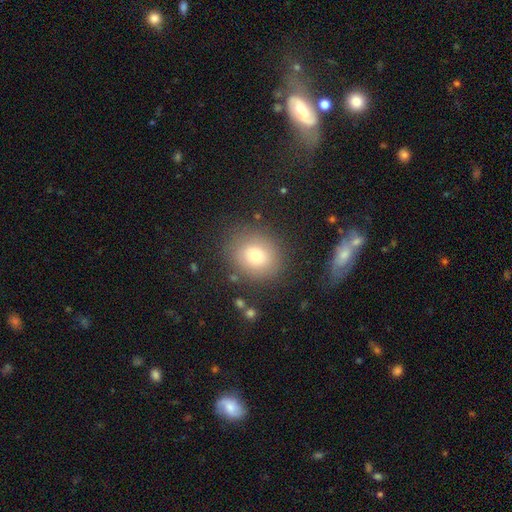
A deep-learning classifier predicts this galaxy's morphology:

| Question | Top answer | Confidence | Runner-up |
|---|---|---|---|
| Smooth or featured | smooth | 74% | featured or disk (14%) |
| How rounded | round | 73% | in between (26%) |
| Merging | none | 81% | minor disturbance (11%) |